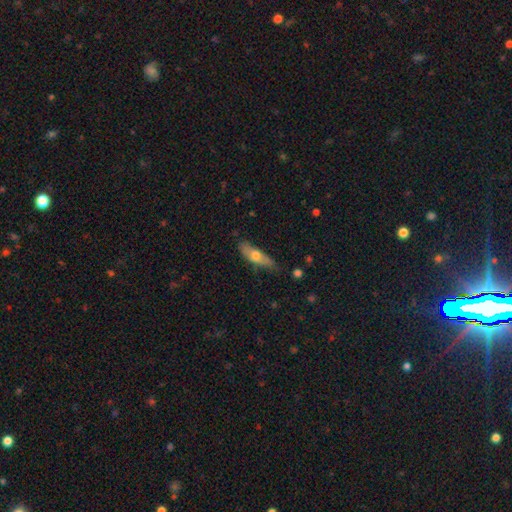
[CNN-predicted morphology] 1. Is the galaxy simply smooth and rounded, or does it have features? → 61% smooth, 32% featured or disk, 6% star or artifact.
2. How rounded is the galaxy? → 50% cigar-shaped, 47% in between, 3% round.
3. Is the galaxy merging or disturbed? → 61% none, 29% minor disturbance, 7% major disturbance, 3% merger.